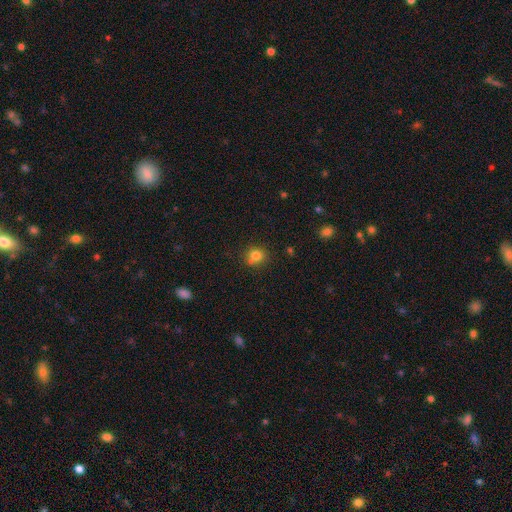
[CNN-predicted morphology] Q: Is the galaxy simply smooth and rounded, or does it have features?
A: smooth — 78%.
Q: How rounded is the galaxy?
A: round — 83%.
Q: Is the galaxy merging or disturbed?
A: none — 66%.